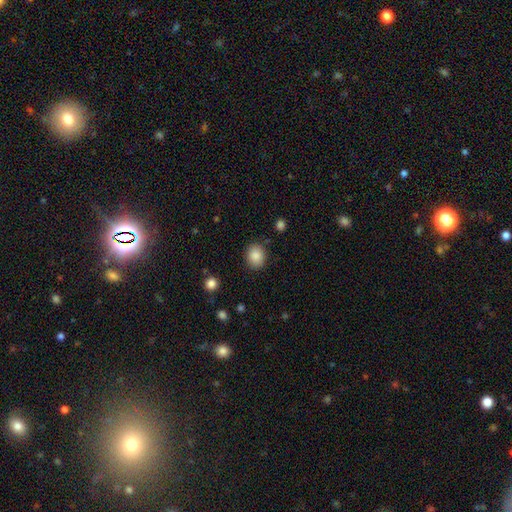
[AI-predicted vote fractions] Overall: smooth (87%). How rounded: round (56%; in between 43%). Merging: none (86%).